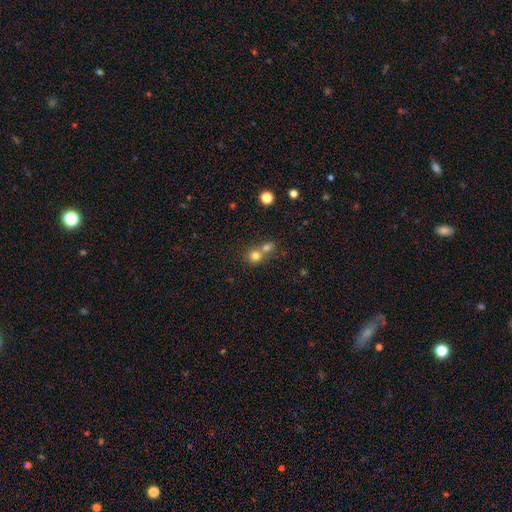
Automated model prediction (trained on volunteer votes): Smooth or featured: smooth — 76% (star or artifact — 14%)
How rounded: round — 85% (in between — 14%)
Merging: merger — 50% (none — 42%)